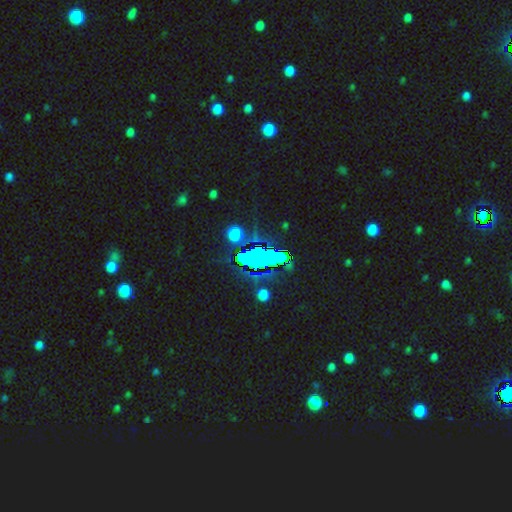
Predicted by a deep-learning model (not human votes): Smooth or featured? star or artifact (67%)